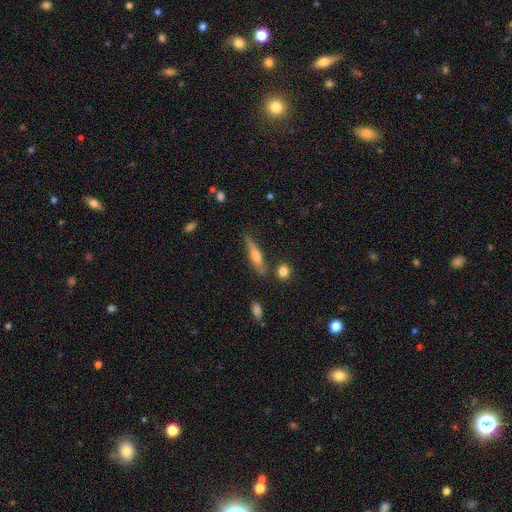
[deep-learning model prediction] smooth_or_featured: smooth (p=0.52) [alt: featured or disk p=0.41]
how_rounded: cigar-shaped (p=0.80) [alt: in between p=0.18]
merging: none (p=0.75) [alt: minor disturbance p=0.16]